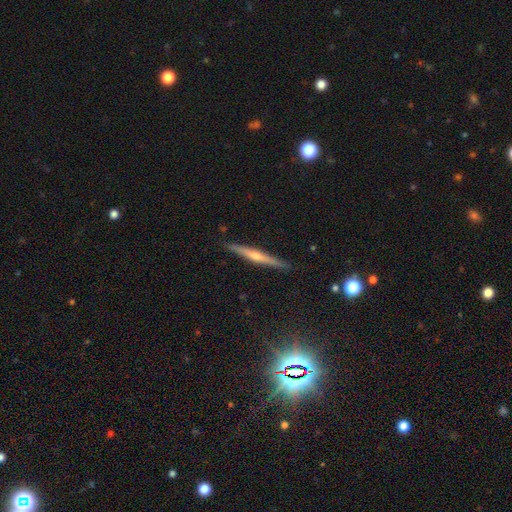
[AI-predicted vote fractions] This appears to be a featured or disk galaxy (69%) viewed edge-on (98%) with a rounded central bulge (74%). Merging: none (90%).